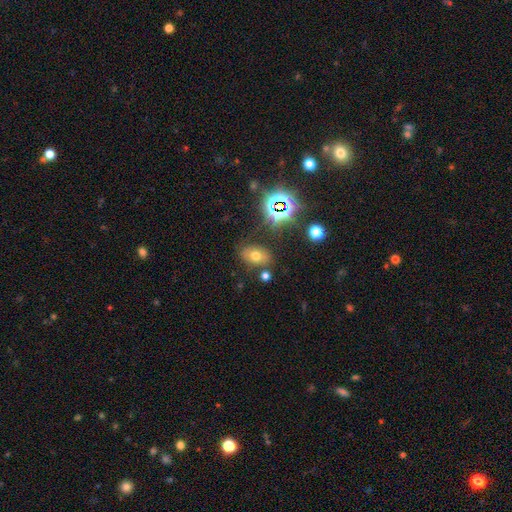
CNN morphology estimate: A smooth galaxy with no disk features (59%) that is in between round and cigar-shaped (81%). Merging: none (77%).